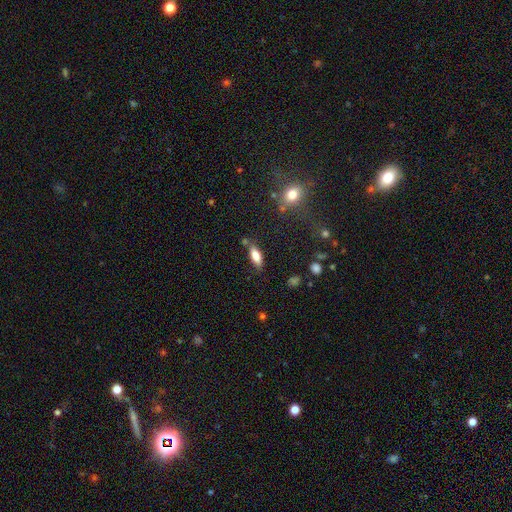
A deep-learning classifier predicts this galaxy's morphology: Overall: smooth (80%). How rounded: in between (75%). Merging: none (74%).